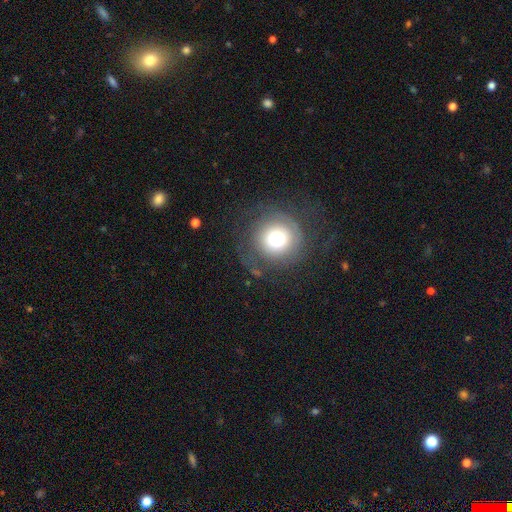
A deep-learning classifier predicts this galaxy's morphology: smooth 54%, featured or disk 26%, star or artifact 20%. Down the decision tree: how rounded — round (90%); merging — none (82%).